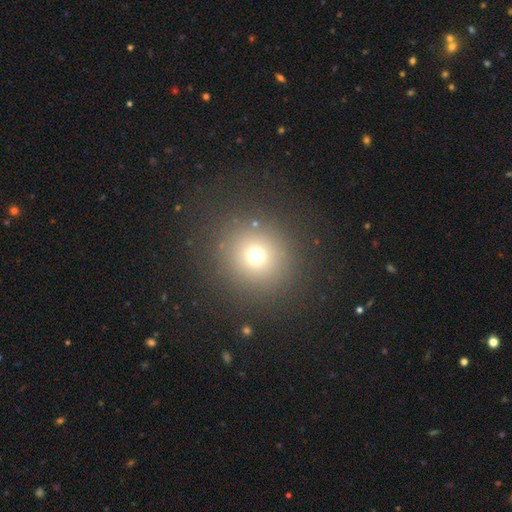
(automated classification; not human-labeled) smooth_or_featured: smooth (p=0.69) [alt: star or artifact p=0.21]
how_rounded: round (p=0.92) [alt: in between p=0.07]
merging: none (p=0.87) [alt: minor disturbance p=0.07]